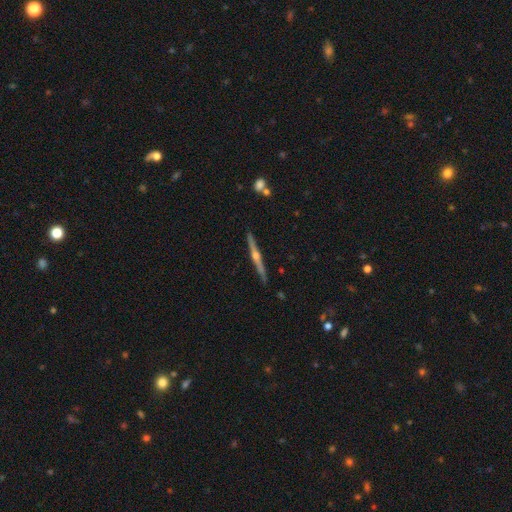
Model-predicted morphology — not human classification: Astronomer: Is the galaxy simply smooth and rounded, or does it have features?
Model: featured or disk — 81%.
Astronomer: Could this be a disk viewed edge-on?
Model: yes — 98%.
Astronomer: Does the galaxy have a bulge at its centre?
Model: rounded — 90%.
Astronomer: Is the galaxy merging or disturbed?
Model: none — 90%.